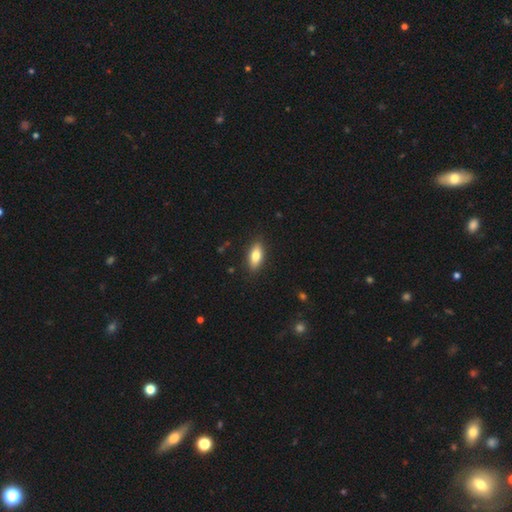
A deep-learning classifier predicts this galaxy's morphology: This is likely a smooth galaxy (78%). How rounded: clearly in between (80%). Merging: clearly none (88%).